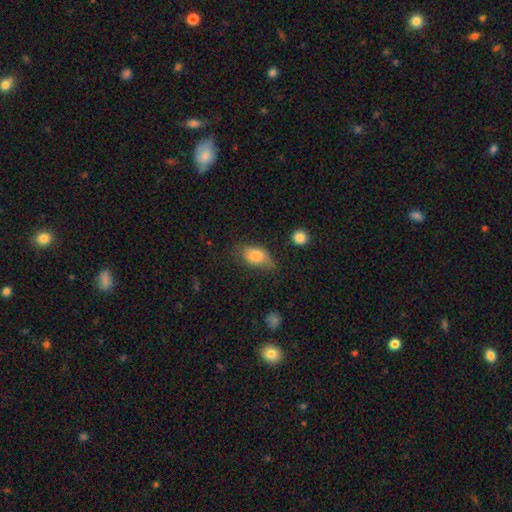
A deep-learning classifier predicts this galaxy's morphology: A smooth galaxy with no disk features (78%) that is in between round and cigar-shaped (87%).

Vote fractions:
- Smooth or featured? smooth: 78% / featured or disk: 13% / star or artifact: 8%
- How rounded? in between: 87% / round: 9% / cigar-shaped: 4%
- Merging? none: 48% / minor disturbance: 35% / major disturbance: 13% / merger: 3%